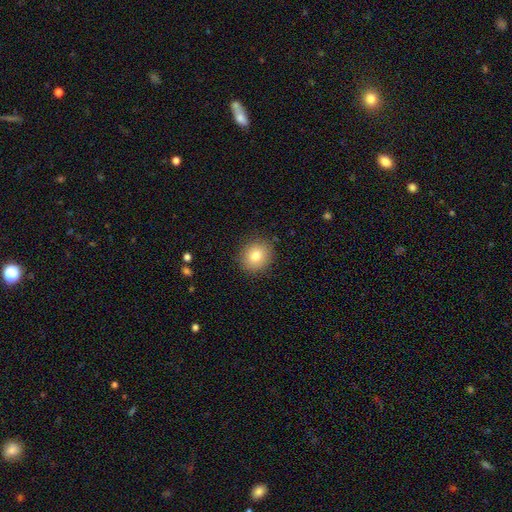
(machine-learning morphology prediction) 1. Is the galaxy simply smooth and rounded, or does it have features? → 80% smooth, 10% featured or disk, 10% star or artifact.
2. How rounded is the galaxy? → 81% round, 19% in between, 1% cigar-shaped.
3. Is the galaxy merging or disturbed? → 88% none, 8% minor disturbance, 2% major disturbance, 1% merger.